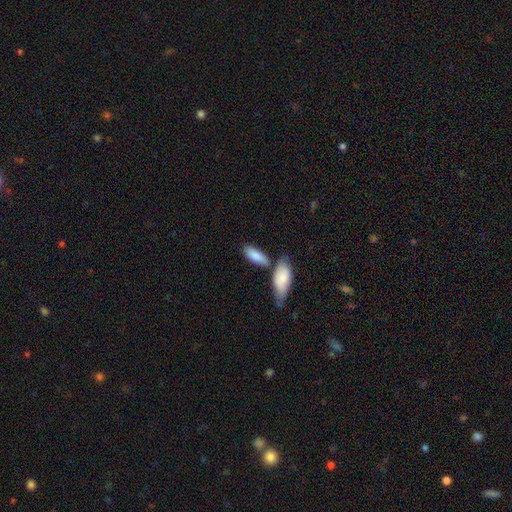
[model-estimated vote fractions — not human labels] Q: Smooth or featured?
A: smooth (85%); runner-up: featured or disk (10%)
Q: How rounded?
A: in between (75%); runner-up: cigar-shaped (23%)
Q: Merging?
A: none (55%); runner-up: merger (24%)